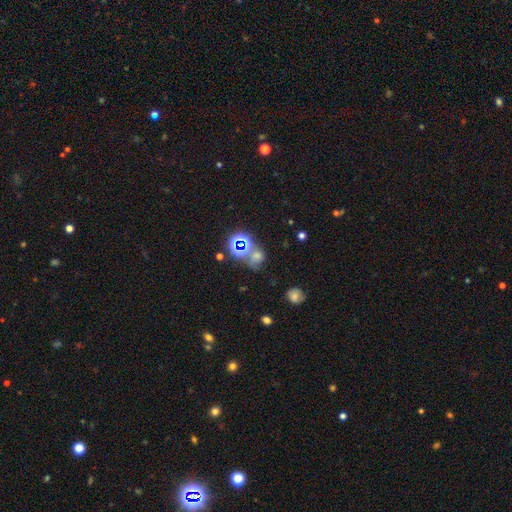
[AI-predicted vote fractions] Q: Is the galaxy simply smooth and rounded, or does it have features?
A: star or artifact — 65%.